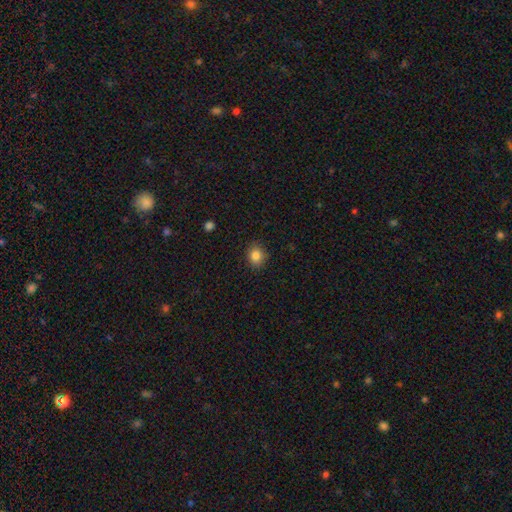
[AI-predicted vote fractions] Smooth or featured? Predicted: smooth (p=0.84). How rounded? Predicted: round (p=0.72). Merging? Predicted: none (p=0.88).